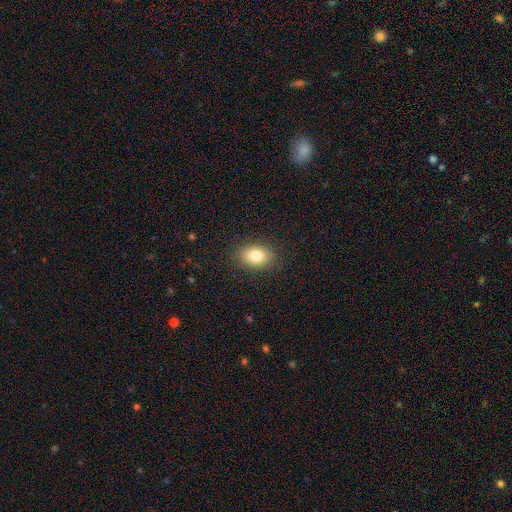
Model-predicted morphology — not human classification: smooth-or-featured: smooth: 79% | featured or disk: 11% | star or artifact: 10%
  how-rounded: in between: 79% | round: 20% | cigar-shaped: 1%
  merging: none: 87% | minor disturbance: 9% | major disturbance: 3% | merger: 1%